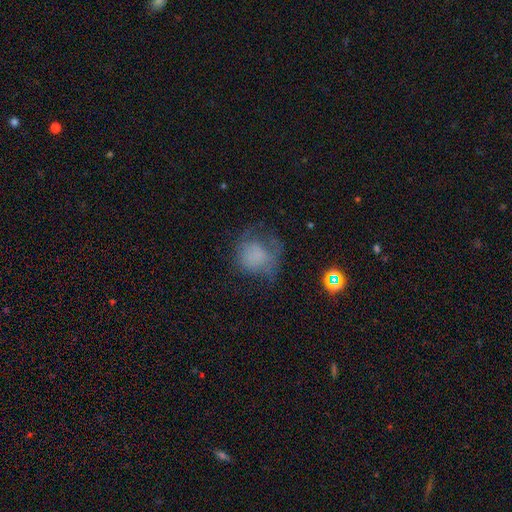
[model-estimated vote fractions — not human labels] A smooth galaxy with no disk features (57%) that is round (73%).

Vote fractions:
- Smooth or featured? smooth: 57% / featured or disk: 27% / star or artifact: 15%
- How rounded? round: 73% / in between: 26% / cigar-shaped: 1%
- Merging? none: 43% / major disturbance: 29% / minor disturbance: 25% / merger: 2%